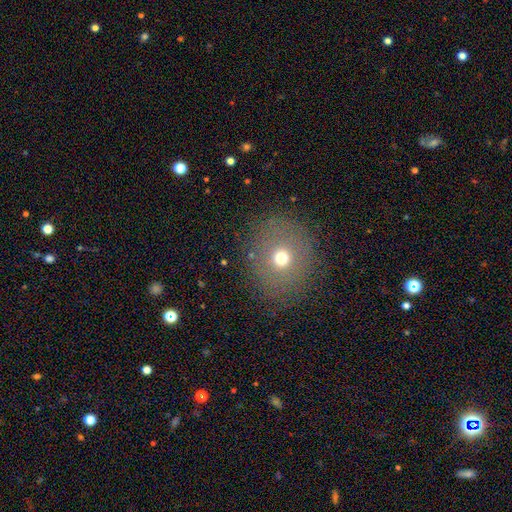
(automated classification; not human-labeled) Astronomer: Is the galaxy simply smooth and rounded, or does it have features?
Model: smooth — 56%.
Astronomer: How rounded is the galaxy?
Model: round — 79%.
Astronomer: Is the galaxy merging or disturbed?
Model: none — 89%.